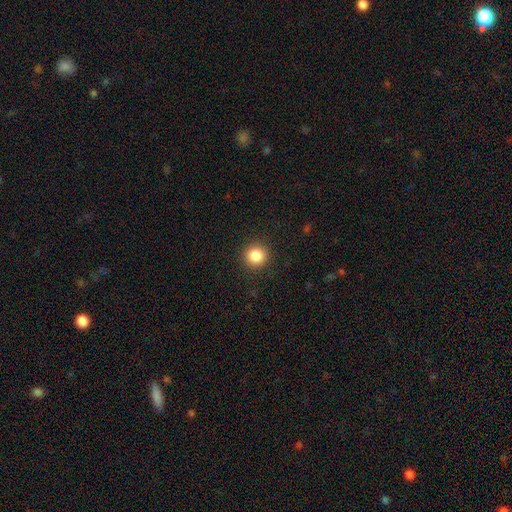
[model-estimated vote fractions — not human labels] smooth-or-featured: smooth: 85% | star or artifact: 11% | featured or disk: 4%
  how-rounded: round: 93% | in between: 6% | cigar-shaped: 1%
  merging: none: 92% | minor disturbance: 5% | major disturbance: 2% | merger: 1%